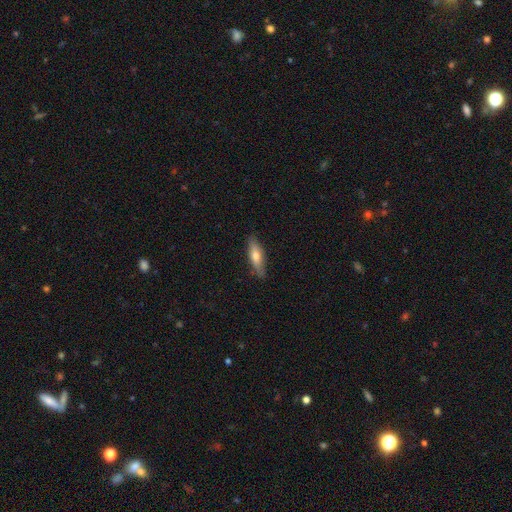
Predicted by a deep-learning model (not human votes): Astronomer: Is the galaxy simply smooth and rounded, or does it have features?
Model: smooth — 58% (runner-up: featured or disk, 36%).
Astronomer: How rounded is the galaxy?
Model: cigar-shaped — 61% (runner-up: in between, 37%).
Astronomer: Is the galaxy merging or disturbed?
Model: none — 85%.